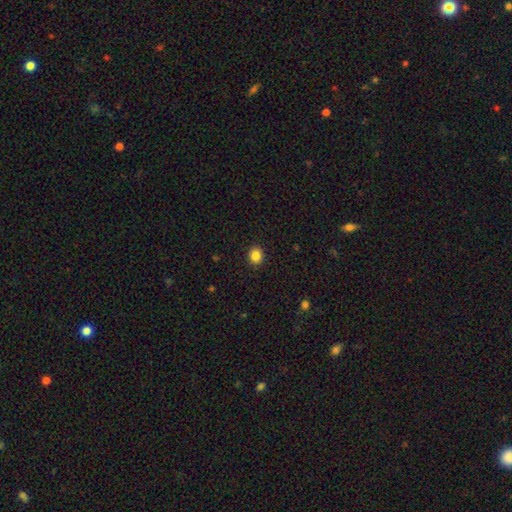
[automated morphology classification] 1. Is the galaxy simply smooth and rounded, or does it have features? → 85% smooth, 10% star or artifact, 4% featured or disk.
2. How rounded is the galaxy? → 70% round, 29% in between, 1% cigar-shaped.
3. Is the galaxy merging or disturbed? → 92% none, 6% minor disturbance, 2% major disturbance, 1% merger.